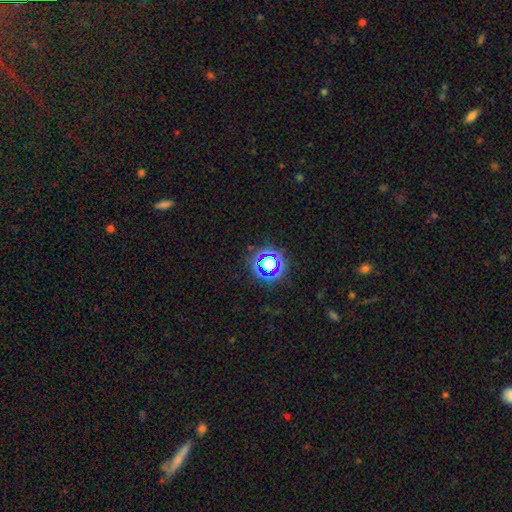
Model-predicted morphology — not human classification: The model was most divided on "smooth or featured": star or artifact: 74%, smooth: 18%, featured or disk: 8%.